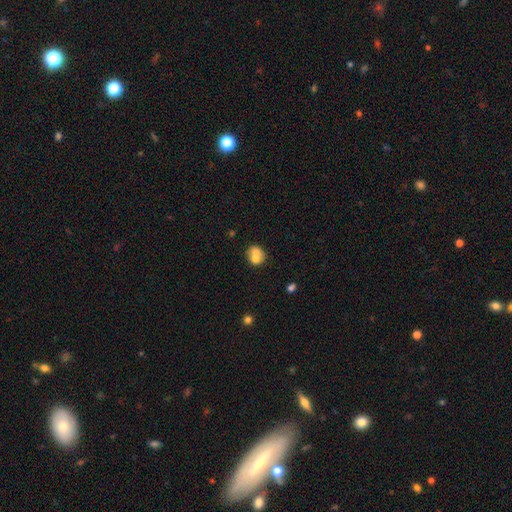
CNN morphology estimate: smooth_or_featured: smooth (p=0.68) [alt: featured or disk p=0.23]
how_rounded: round (p=0.66) [alt: in between p=0.33]
merging: merger (p=0.60) [alt: none p=0.29]